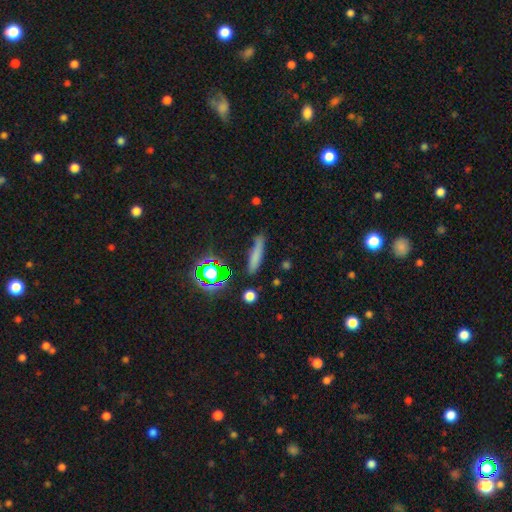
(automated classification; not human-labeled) A smooth galaxy with no disk features (68%) that is cigar-shaped (82%).

Vote fractions:
- Smooth or featured? smooth: 68% / star or artifact: 17% / featured or disk: 15%
- How rounded? cigar-shaped: 82% / in between: 14% / round: 4%
- Merging? none: 77% / minor disturbance: 15% / major disturbance: 4% / merger: 4%